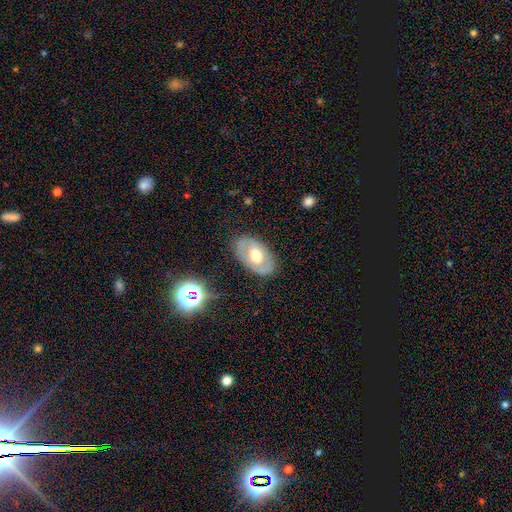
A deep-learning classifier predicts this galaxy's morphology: A featured or disk galaxy (50%).

Vote fractions:
- Smooth or featured? featured or disk: 50% / smooth: 42% / star or artifact: 7%
- Edge-on disk? no: 88% / yes: 12%
- Merging? none: 80% / minor disturbance: 14% / major disturbance: 4% / merger: 1%